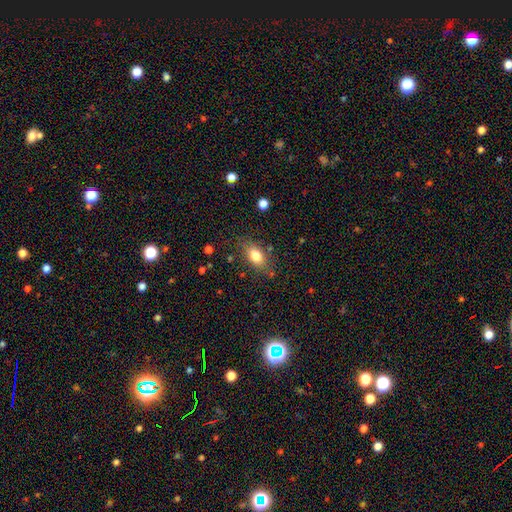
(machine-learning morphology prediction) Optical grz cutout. It shows a smooth galaxy with no disk features (80%) that is in between round and cigar-shaped (85%). Merging: none (78%).